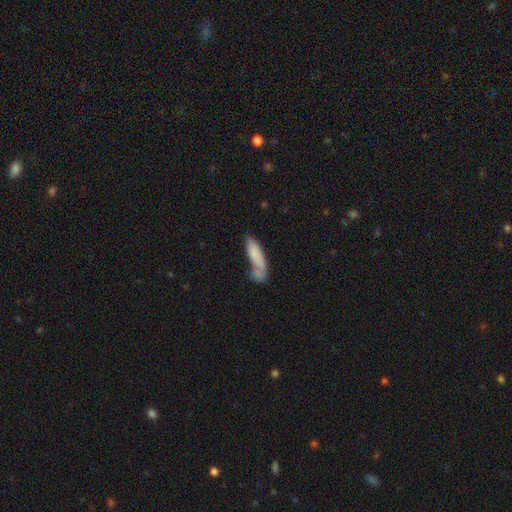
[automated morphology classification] Overall: smooth (78%). How rounded: cigar-shaped (68%; in between 30%). Merging: none (48%; merger 26%).